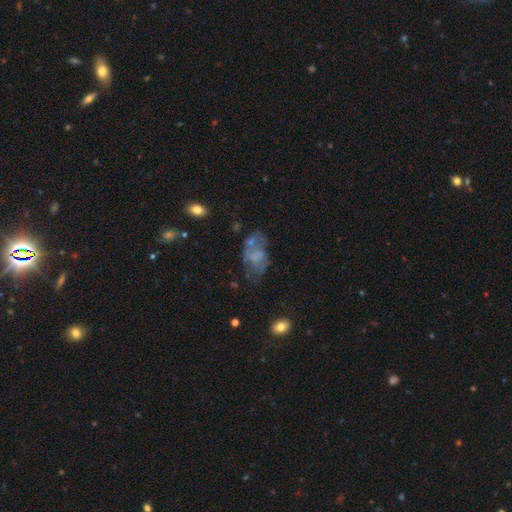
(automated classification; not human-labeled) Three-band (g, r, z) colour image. It shows a featured or disk galaxy (51%). Merging: none (40%).